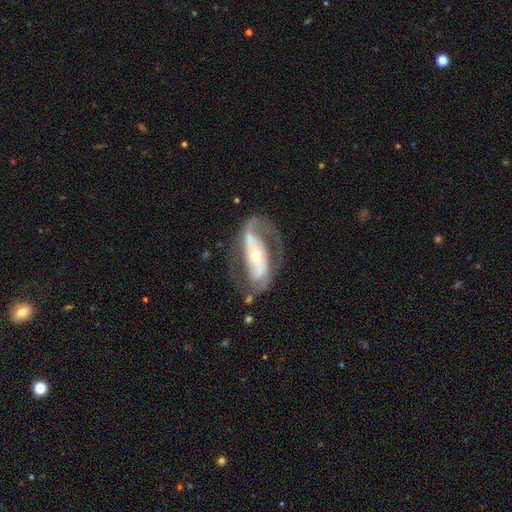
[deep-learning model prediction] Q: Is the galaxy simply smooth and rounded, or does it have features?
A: featured or disk — 85%.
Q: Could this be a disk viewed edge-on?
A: no — 94%.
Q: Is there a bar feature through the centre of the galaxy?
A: strong — 47%.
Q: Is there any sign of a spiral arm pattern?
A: yes — 88%.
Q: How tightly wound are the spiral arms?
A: medium — 48%.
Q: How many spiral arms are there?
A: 2 — 85%.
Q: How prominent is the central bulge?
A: small — 57%.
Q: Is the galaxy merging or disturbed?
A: none — 67%.